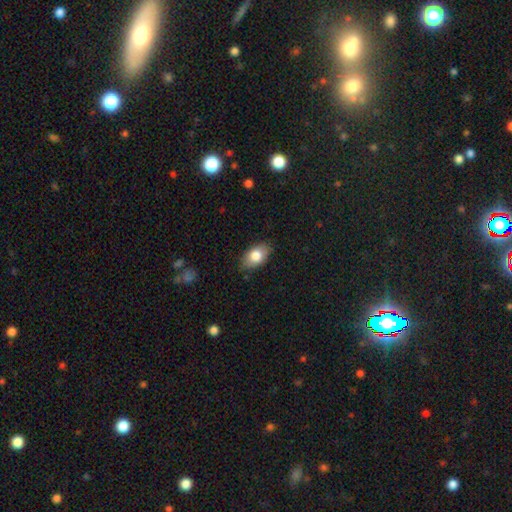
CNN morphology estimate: Smooth or featured?
  - smooth: 80% *
  - featured or disk: 13%
  - star or artifact: 7%
How rounded?
  - in between: 89% *
  - round: 9%
  - cigar-shaped: 2%
Merging?
  - none: 82% *
  - minor disturbance: 14%
  - major disturbance: 3%
  - merger: 1%